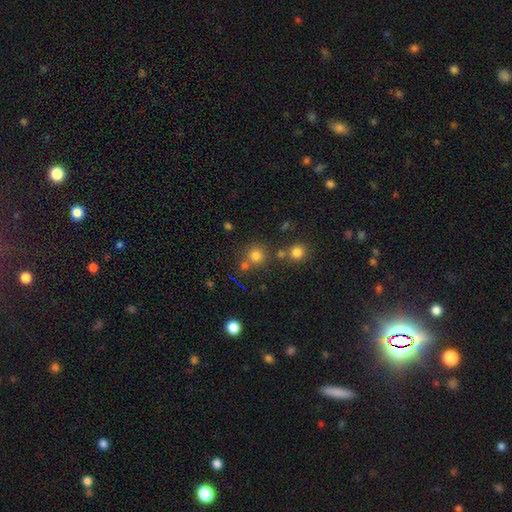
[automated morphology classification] Smooth or featured?
  - smooth: 76% *
  - star or artifact: 17%
  - featured or disk: 7%
How rounded?
  - round: 90% *
  - in between: 9%
  - cigar-shaped: 1%
Merging?
  - none: 67% *
  - merger: 20%
  - minor disturbance: 9%
  - major disturbance: 4%